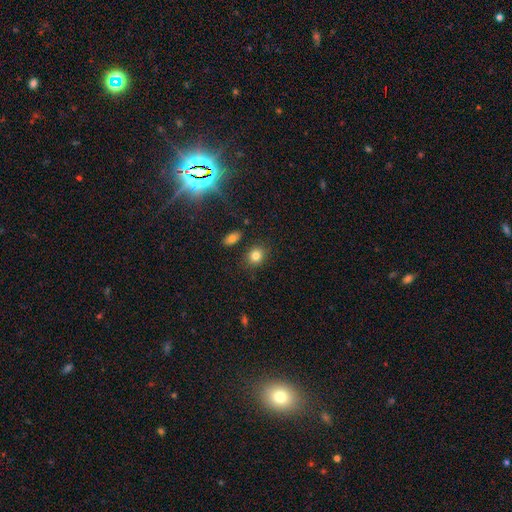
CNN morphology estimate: This appears to be a smooth galaxy with no disk features (82%) that is round (62%). Merging: none (82%).